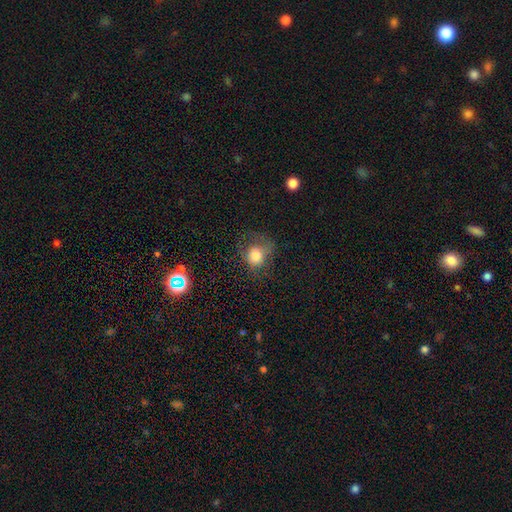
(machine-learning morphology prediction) A smooth galaxy with no disk features (72%) that is round (77%).

Vote fractions:
- Smooth or featured? smooth: 72% / featured or disk: 16% / star or artifact: 12%
- How rounded? round: 77% / in between: 22% / cigar-shaped: 1%
- Merging? none: 48% / major disturbance: 26% / minor disturbance: 24% / merger: 2%